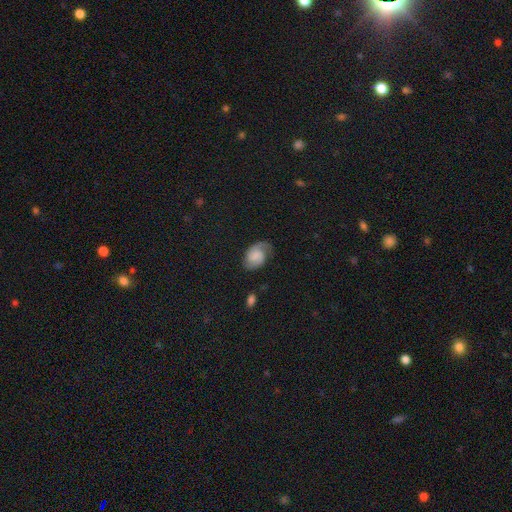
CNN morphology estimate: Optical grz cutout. It shows a featured or disk galaxy (62%) with no bar (56%), 2 (80%) medium (46%) spiral arms (94%) and no central bulge (45%). Merging: none (65%).